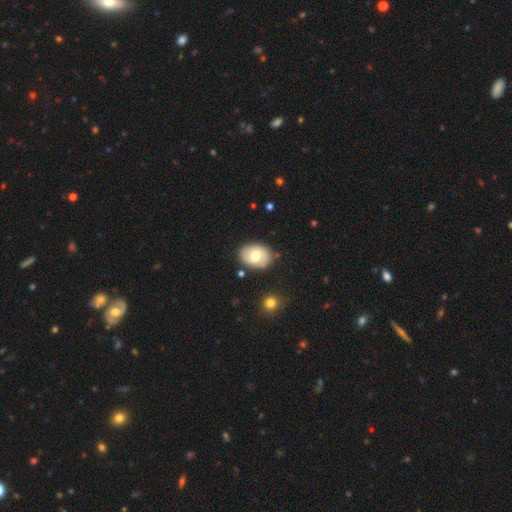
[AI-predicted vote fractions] A smooth galaxy with no disk features (63%) that is in between round and cigar-shaped (71%). Merging: none (81%).